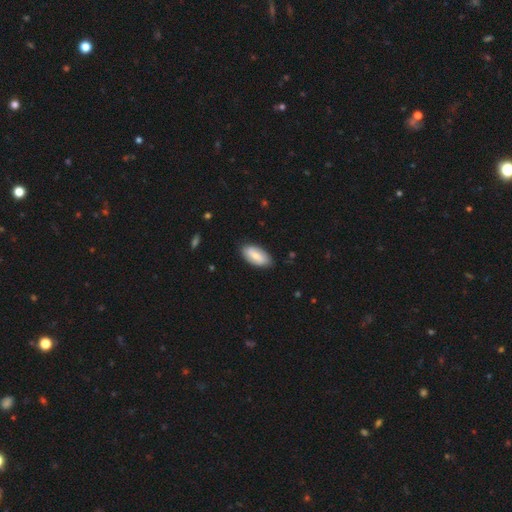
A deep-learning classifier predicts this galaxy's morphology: smooth_or_featured: smooth (p=0.73) [alt: featured or disk p=0.22]
how_rounded: in between (p=0.92) [alt: cigar-shaped p=0.06]
merging: none (p=0.83) [alt: minor disturbance p=0.13]